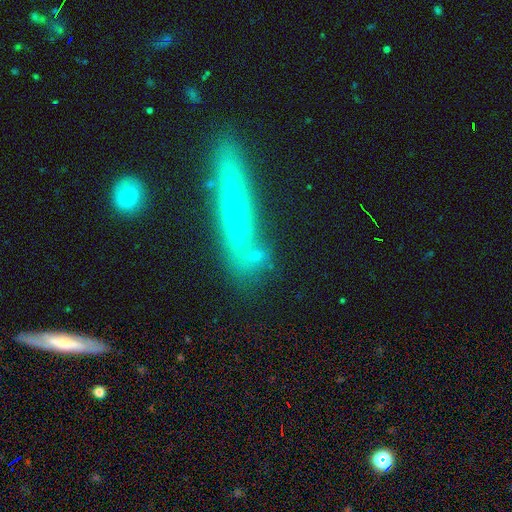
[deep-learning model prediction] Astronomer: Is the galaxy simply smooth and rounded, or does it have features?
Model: smooth — 45% (runner-up: featured or disk, 33%).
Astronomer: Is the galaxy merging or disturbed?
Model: none — 53%.